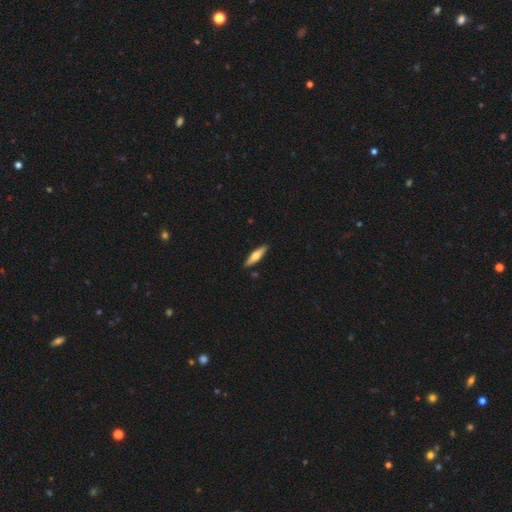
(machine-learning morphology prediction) This appears to be a smooth galaxy with no disk features (56%) that is cigar-shaped (71%). Merging: none (89%).